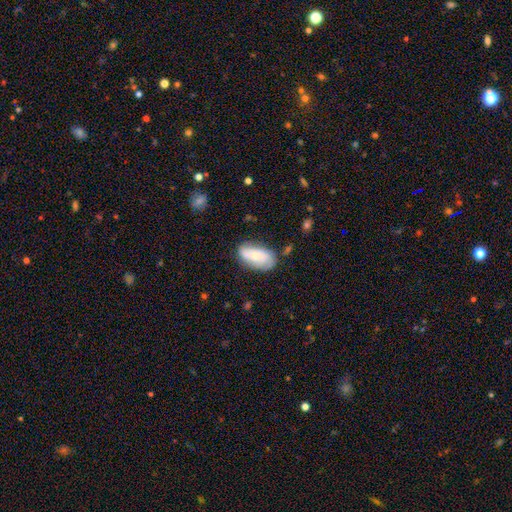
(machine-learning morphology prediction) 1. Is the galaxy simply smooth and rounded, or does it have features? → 52% smooth, 42% featured or disk, 7% star or artifact.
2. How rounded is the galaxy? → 92% in between, 4% round, 4% cigar-shaped.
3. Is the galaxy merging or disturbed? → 62% none, 26% minor disturbance, 7% major disturbance, 5% merger.